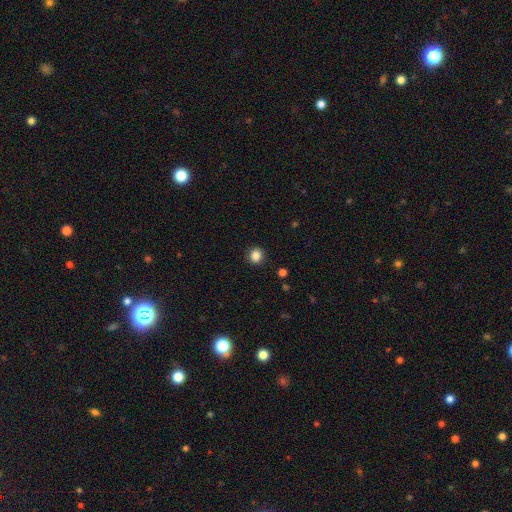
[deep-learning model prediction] smooth_or_featured: smooth (p=0.85) [alt: star or artifact p=0.11]
how_rounded: round (p=0.87) [alt: in between p=0.12]
merging: none (p=0.91) [alt: minor disturbance p=0.06]